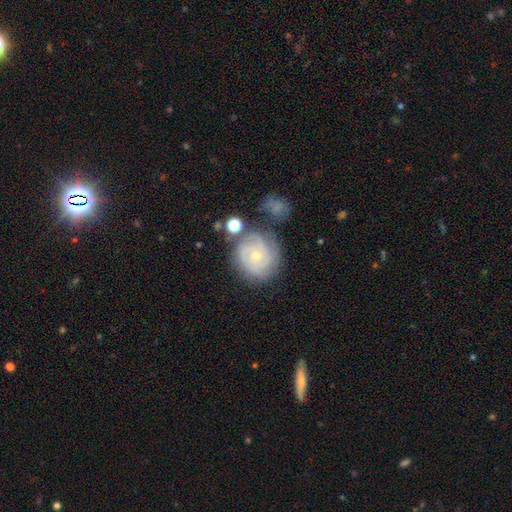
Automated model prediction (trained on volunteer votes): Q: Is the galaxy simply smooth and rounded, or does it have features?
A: featured or disk — 72%.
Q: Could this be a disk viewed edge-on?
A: no — 98%.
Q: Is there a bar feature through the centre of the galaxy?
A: no — 79%.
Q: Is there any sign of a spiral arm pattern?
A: yes — 91%.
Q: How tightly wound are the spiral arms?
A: tight — 69%.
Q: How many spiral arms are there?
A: can't tell — 30%.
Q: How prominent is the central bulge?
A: small — 76%.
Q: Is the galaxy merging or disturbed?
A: none — 65%.